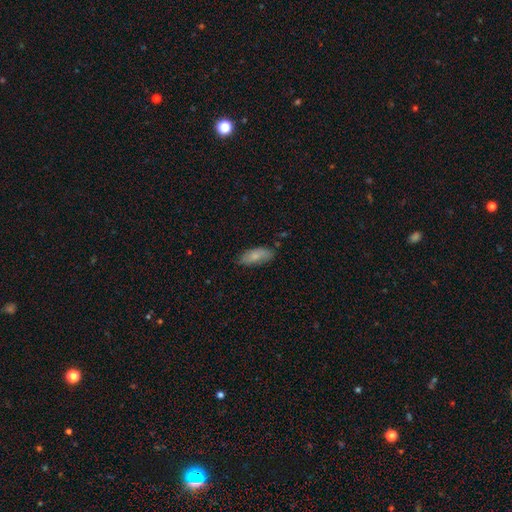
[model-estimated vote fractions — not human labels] Morphology: type=smooth (79%); roundness=in between (84%); merging=none (71%).